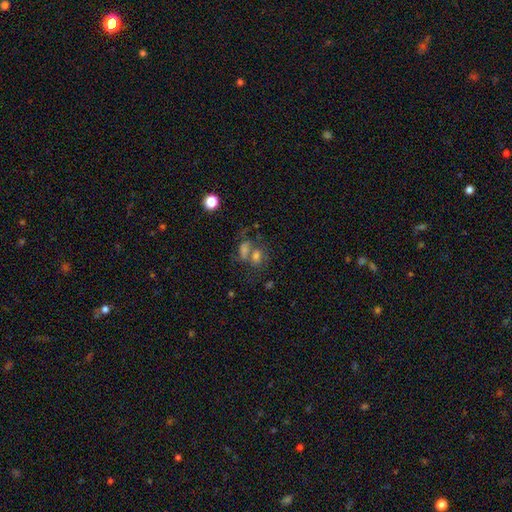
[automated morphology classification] The model was most divided on "merging": merger: 42%, none: 35%, minor disturbance: 12%, major disturbance: 11%. Remaining: smooth or featured — smooth (46%).